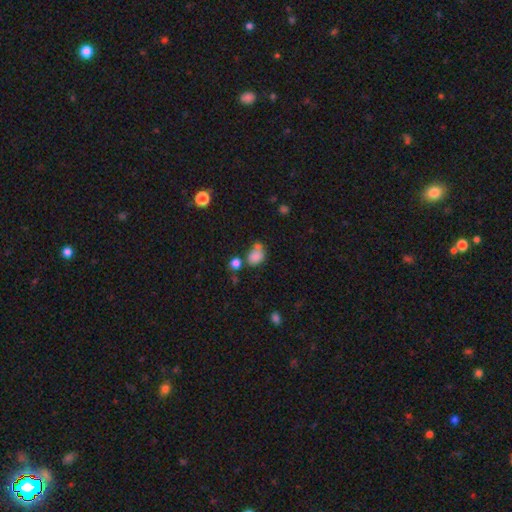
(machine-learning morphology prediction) A smooth galaxy with no disk features (80%) that is in between round and cigar-shaped (54%). Merging: none (43%).